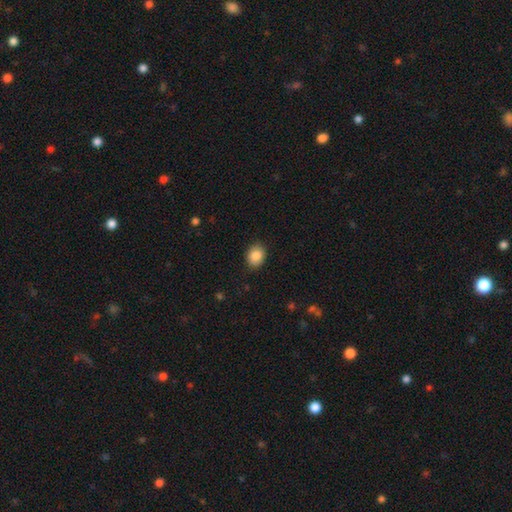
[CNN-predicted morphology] Q: Smooth or featured?
A: smooth (87%); runner-up: star or artifact (8%)
Q: How rounded?
A: in between (58%); runner-up: round (41%)
Q: Merging?
A: none (87%); runner-up: minor disturbance (10%)